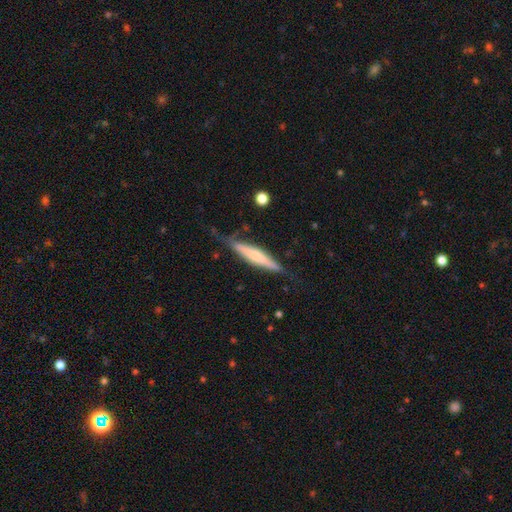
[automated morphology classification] type=smooth (49%); merging=none (67%).